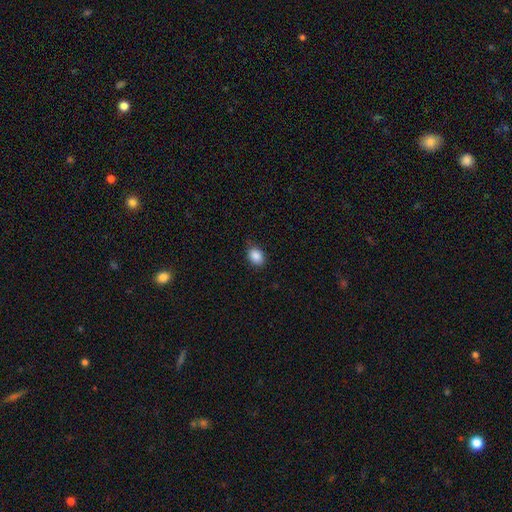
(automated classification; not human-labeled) smooth-or-featured: smooth: 88% | star or artifact: 9% | featured or disk: 4%
  how-rounded: in between: 68% | round: 31% | cigar-shaped: 1%
  merging: none: 80% | minor disturbance: 16% | major disturbance: 3% | merger: 1%